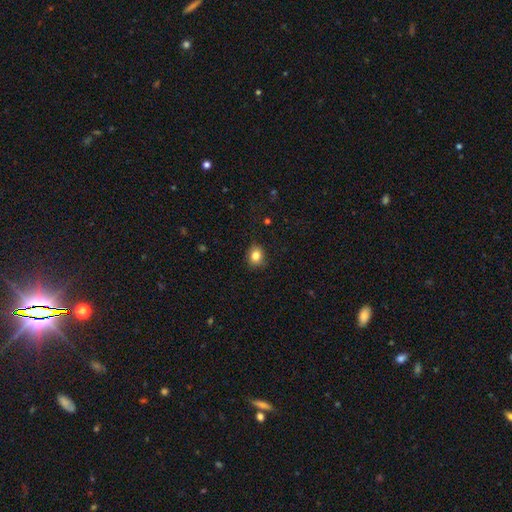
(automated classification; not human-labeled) Overall: smooth (83%). How rounded: round (63%; in between 36%). Merging: none (80%).